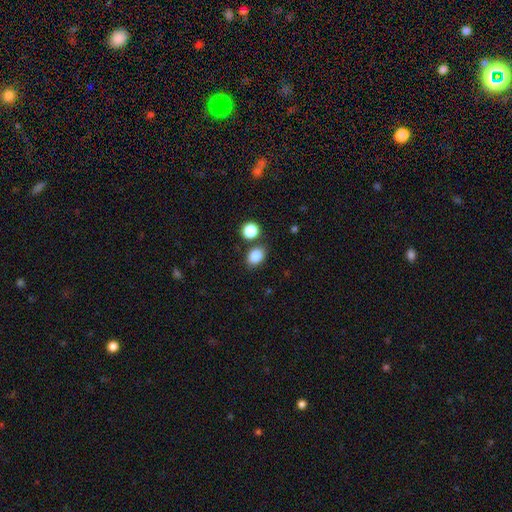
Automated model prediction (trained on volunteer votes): This is clearly a smooth galaxy (85%). How rounded: likely in between (65%). Merging: likely none (76%).